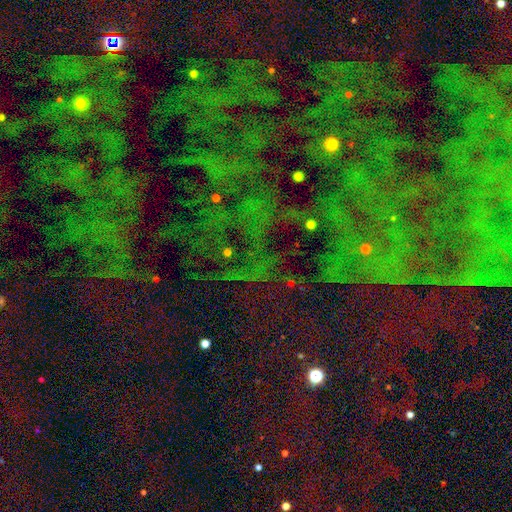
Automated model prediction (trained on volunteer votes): Morphology: type=star or artifact (81%).